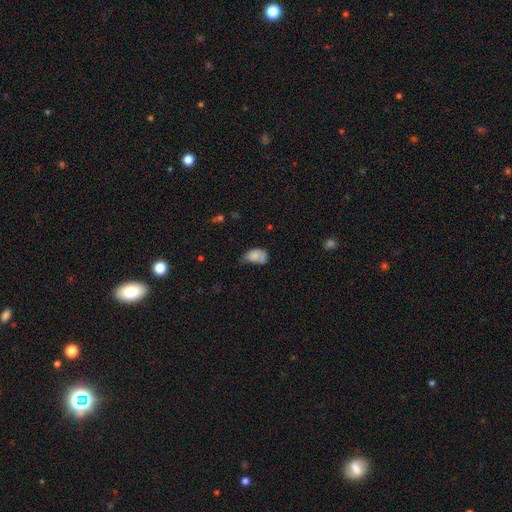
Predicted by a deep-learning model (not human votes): Smooth or featured? Predicted: smooth (p=0.73). How rounded? Predicted: in between (p=0.85). Merging? Predicted: minor disturbance (p=0.37).